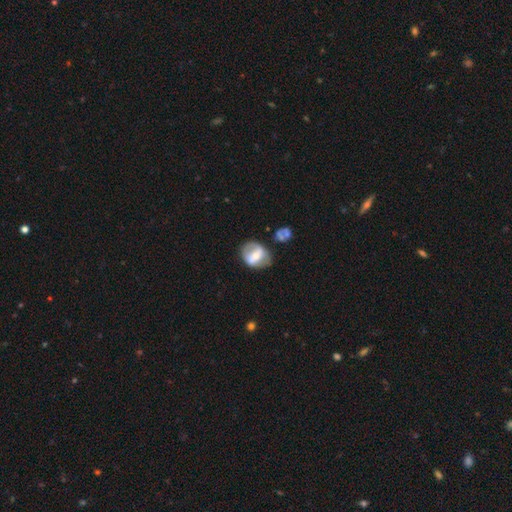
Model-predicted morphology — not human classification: This is possibly a featured or disk galaxy (56%). It is clearly not viewed edge-on (93%). Bar: possibly strong (45%). Spiral arm pattern: likely no (66%). Central bulge: possibly moderate (56%). Merging: possibly none (59%).